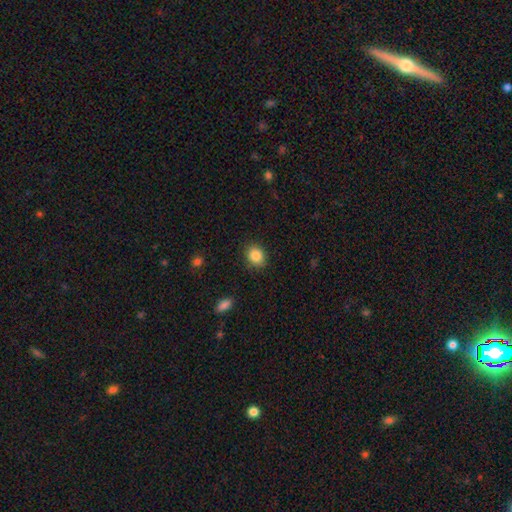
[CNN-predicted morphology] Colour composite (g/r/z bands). It shows a smooth galaxy with no disk features (86%) that is round (53%). Merging: none (87%).